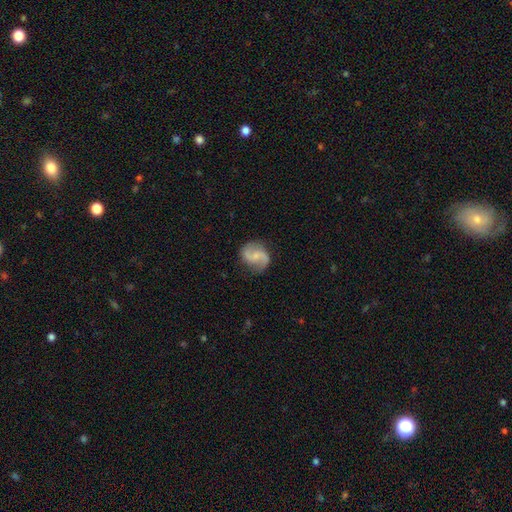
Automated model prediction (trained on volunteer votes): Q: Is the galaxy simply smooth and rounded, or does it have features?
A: featured or disk — 79%.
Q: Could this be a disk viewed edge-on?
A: no — 98%.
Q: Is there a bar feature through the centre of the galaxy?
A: no — 46%.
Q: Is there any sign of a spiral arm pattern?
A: yes — 96%.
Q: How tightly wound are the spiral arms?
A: loose — 51%.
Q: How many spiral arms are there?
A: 2 — 93%.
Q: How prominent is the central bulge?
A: small — 56%.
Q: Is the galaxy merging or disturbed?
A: none — 81%.